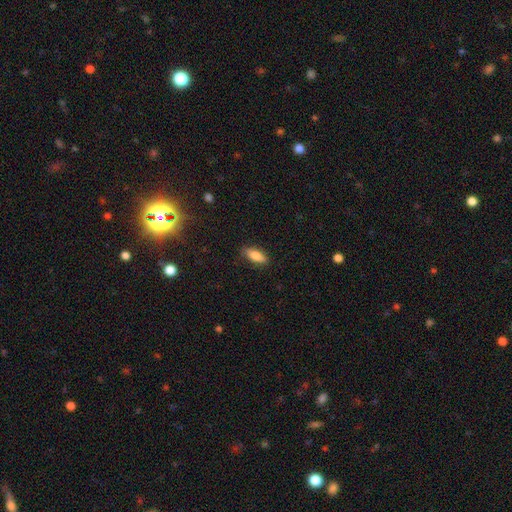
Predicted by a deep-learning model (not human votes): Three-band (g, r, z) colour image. It shows a smooth galaxy with no disk features (82%) that is in between round and cigar-shaped (69%). Merging: none (85%).